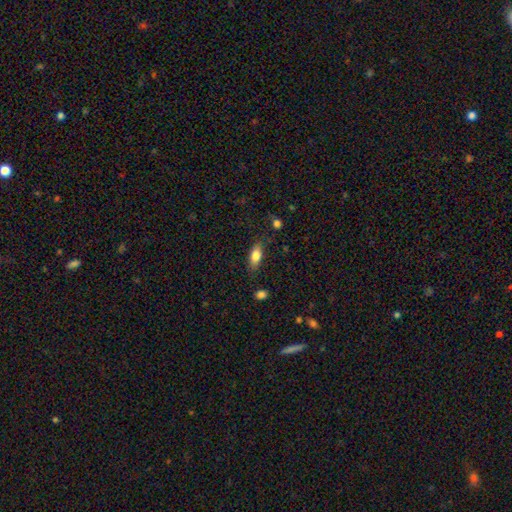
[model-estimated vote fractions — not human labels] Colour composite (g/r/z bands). It shows a smooth galaxy with no disk features (79%) that is in between round and cigar-shaped (78%). Merging: none (81%).